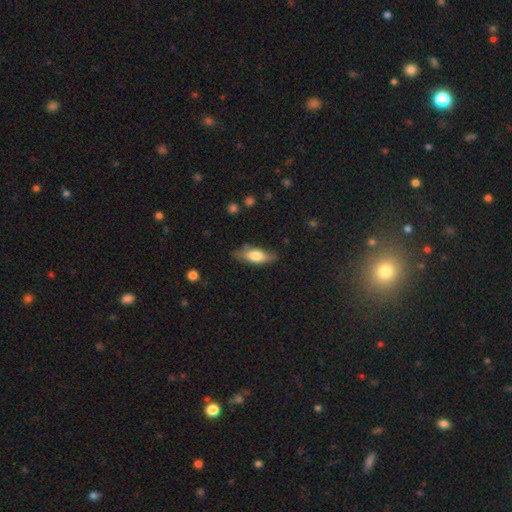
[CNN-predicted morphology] type=smooth (69%); roundness=in between (68%); merging=none (75%).